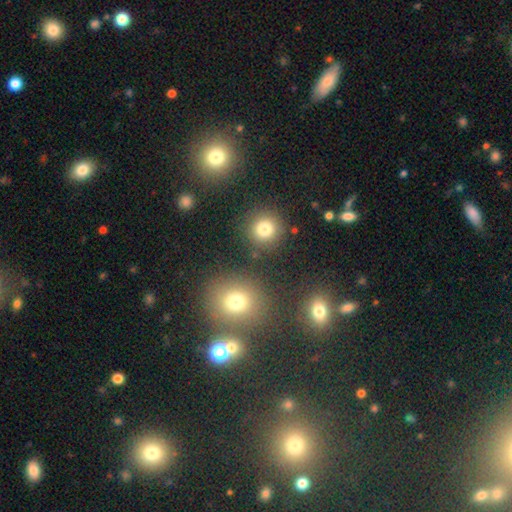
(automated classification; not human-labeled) A smooth galaxy with no disk features (60%) that is round (83%).

Vote fractions:
- Smooth or featured? smooth: 60% / star or artifact: 31% / featured or disk: 8%
- How rounded? round: 83% / in between: 16% / cigar-shaped: 1%
- Merging? none: 83% / minor disturbance: 8% / merger: 6% / major disturbance: 3%